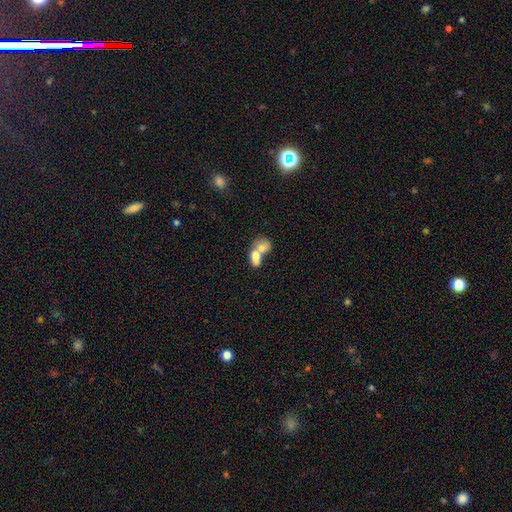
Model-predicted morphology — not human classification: Smooth or featured: smooth — 71% (featured or disk — 22%)
How rounded: in between — 73% (round — 24%)
Merging: merger — 79% (none — 12%)